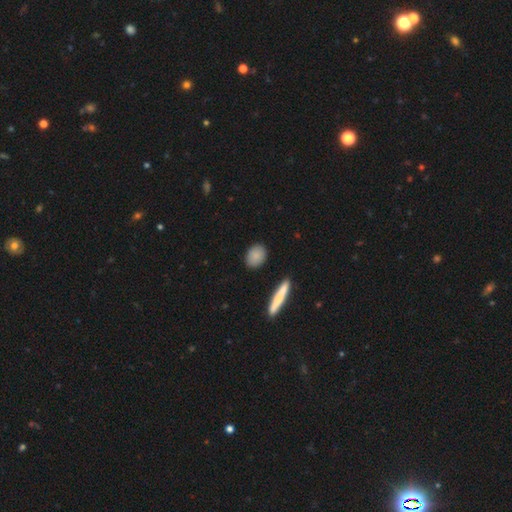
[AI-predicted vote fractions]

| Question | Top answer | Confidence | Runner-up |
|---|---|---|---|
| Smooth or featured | smooth | 86% | featured or disk (8%) |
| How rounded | in between | 55% | round (39%) |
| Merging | none | 89% | minor disturbance (8%) |